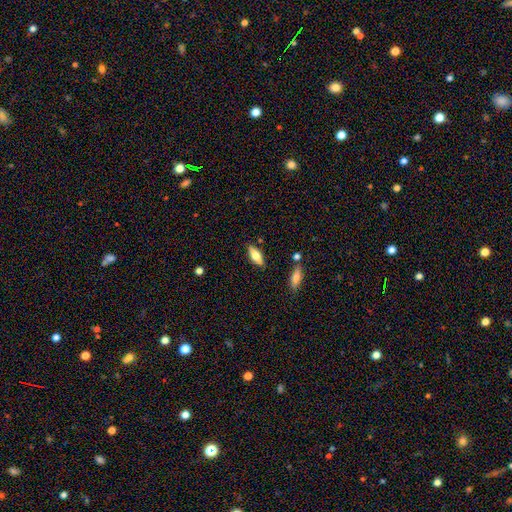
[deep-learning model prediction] smooth 66%, featured or disk 27%, star or artifact 7%. Down the decision tree: how rounded — in between (72%); merging — none (83%).